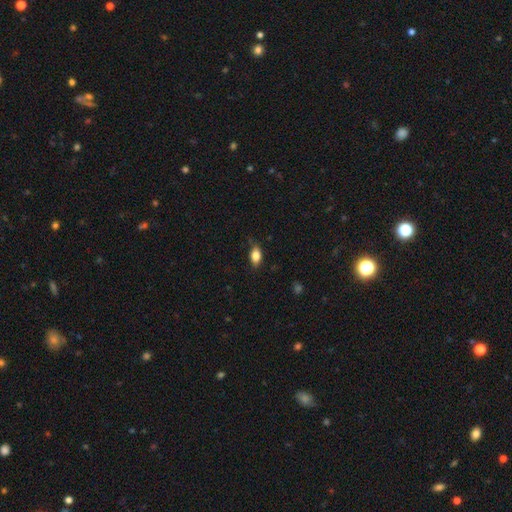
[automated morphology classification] Q: Smooth or featured?
A: smooth (83%); runner-up: featured or disk (9%)
Q: How rounded?
A: in between (87%); runner-up: round (8%)
Q: Merging?
A: none (77%); runner-up: minor disturbance (18%)